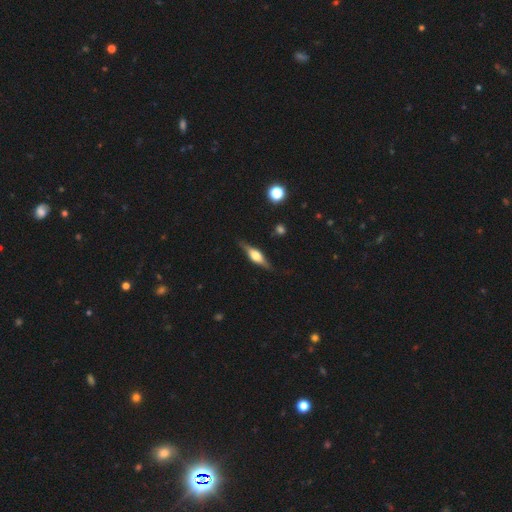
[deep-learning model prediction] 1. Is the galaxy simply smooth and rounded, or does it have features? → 68% featured or disk, 26% smooth, 6% star or artifact.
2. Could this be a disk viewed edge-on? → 95% yes, 5% no.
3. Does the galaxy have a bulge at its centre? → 86% rounded, 12% boxy, 2% none.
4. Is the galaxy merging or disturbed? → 85% none, 11% minor disturbance, 3% major disturbance, 1% merger.